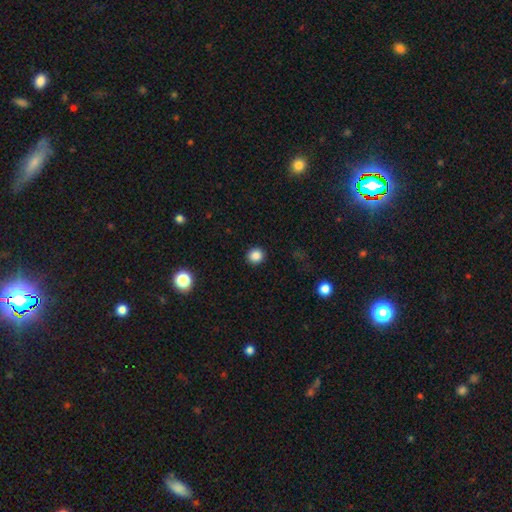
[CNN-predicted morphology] Smooth or featured? smooth (86%)
How rounded? round (93%)
Merging? none (93%)